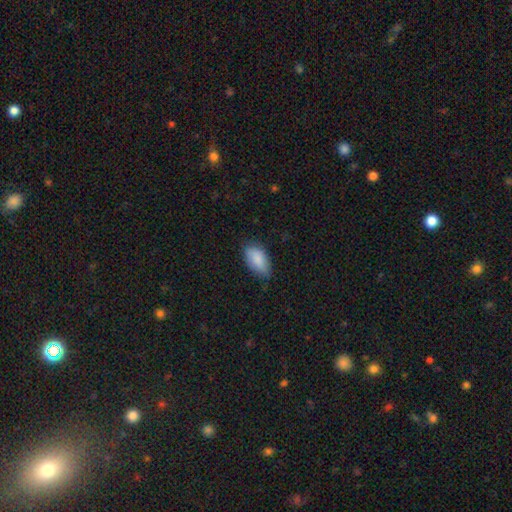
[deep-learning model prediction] This appears to be a smooth galaxy with no disk features (86%) that is in between round and cigar-shaped (93%). Merging: none (69%).